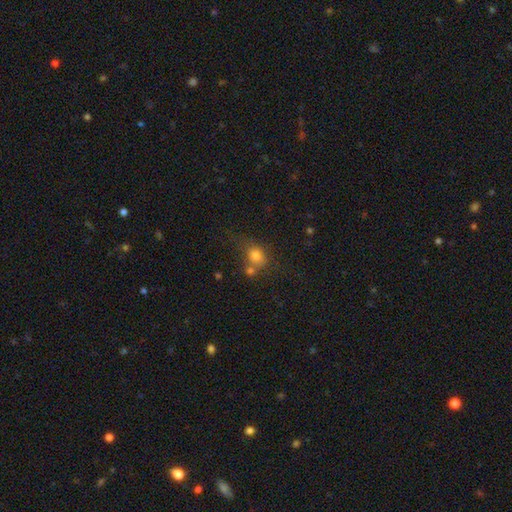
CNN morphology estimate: Overall: smooth (76%). How rounded: round (65%; in between 34%). Merging: none (41%; merger 34%).